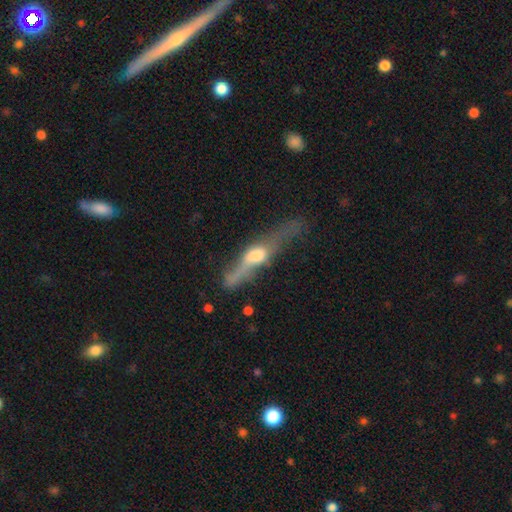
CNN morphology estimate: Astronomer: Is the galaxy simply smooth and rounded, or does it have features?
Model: featured or disk — 62%.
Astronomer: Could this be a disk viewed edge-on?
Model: yes — 78%.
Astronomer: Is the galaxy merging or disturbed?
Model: none — 42% (runner-up: major disturbance, 26%).